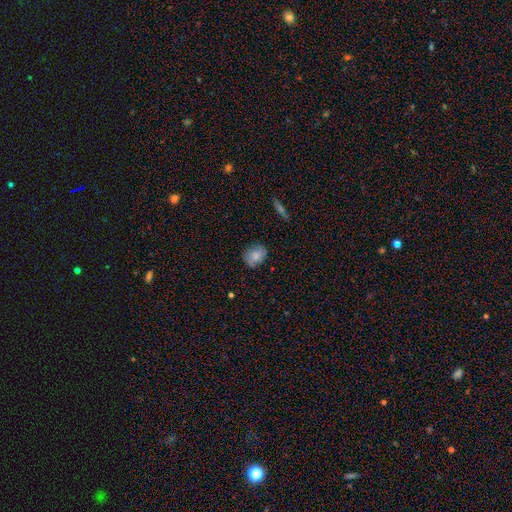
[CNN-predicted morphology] smooth_or_featured: smooth (p=0.78) [alt: featured or disk p=0.14]
how_rounded: in between (p=0.51) [alt: round p=0.48]
merging: none (p=0.74) [alt: minor disturbance p=0.20]